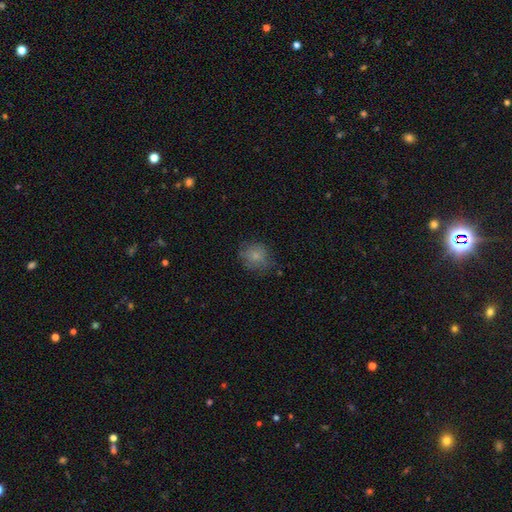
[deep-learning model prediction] Morphology: type=smooth (76%); roundness=round (75%); merging=none (69%).